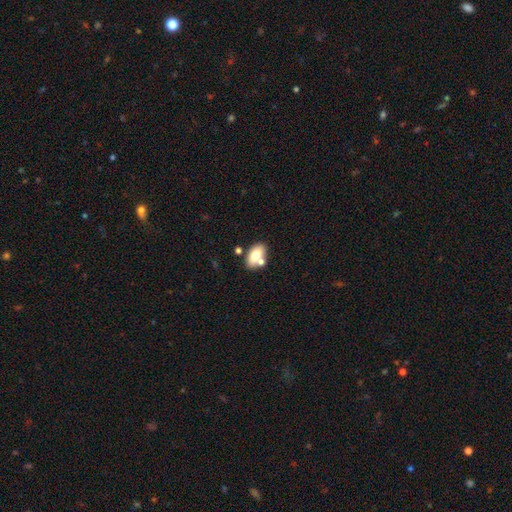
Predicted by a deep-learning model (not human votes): smooth-or-featured: smooth: 75% | featured or disk: 18% | star or artifact: 8%
  how-rounded: in between: 91% | round: 7% | cigar-shaped: 2%
  merging: none: 60% | merger: 23% | minor disturbance: 13% | major disturbance: 4%